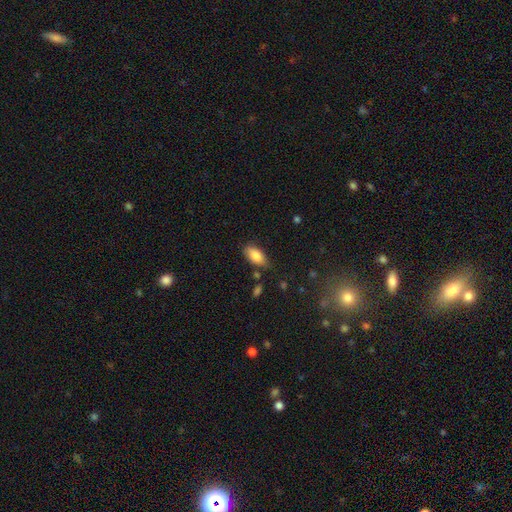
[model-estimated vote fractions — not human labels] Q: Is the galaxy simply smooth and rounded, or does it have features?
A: smooth — 84%.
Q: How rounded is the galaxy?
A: in between — 91%.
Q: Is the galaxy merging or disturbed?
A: none — 73%.